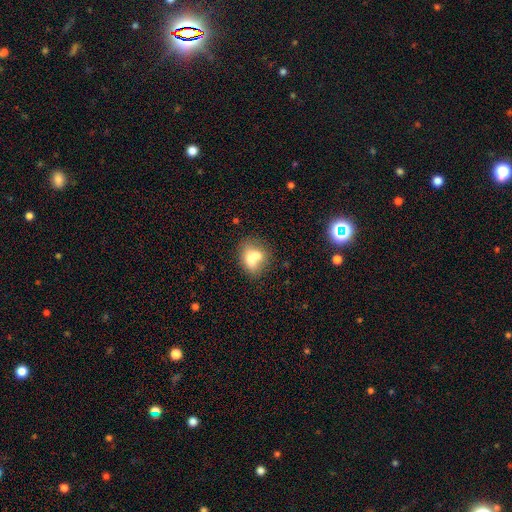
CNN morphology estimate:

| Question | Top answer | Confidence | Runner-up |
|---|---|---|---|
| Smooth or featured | smooth | 66% | featured or disk (24%) |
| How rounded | in between | 50% | round (48%) |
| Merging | merger | 53% | none (32%) |